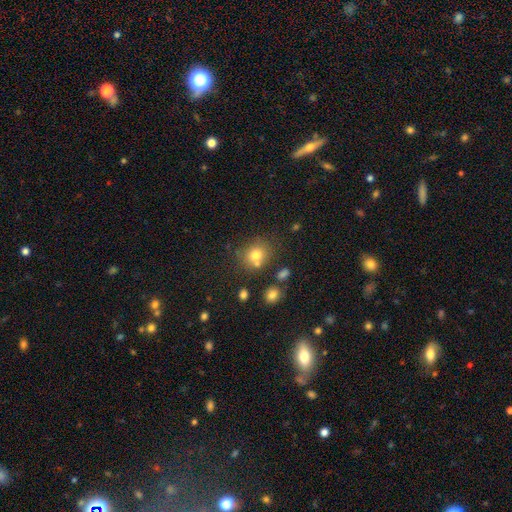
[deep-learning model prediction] A smooth galaxy with no disk features (75%) that is round (73%).

Vote fractions:
- Smooth or featured? smooth: 75% / star or artifact: 14% / featured or disk: 11%
- How rounded? round: 73% / in between: 26% / cigar-shaped: 1%
- Merging? none: 63% / merger: 19% / minor disturbance: 14% / major disturbance: 5%